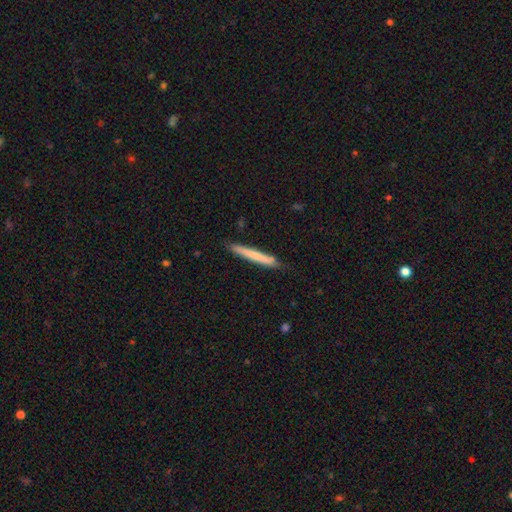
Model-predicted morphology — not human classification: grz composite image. It shows a smooth galaxy with no disk features (67%) that is cigar-shaped (97%). Merging: none (84%).